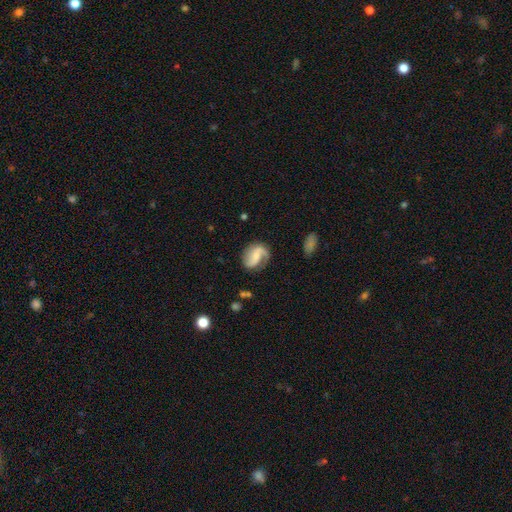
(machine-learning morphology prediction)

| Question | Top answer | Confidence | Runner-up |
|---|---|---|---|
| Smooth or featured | featured or disk | 77% | smooth (17%) |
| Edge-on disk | no | 98% | yes (2%) |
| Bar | no | 43% | weak (40%) |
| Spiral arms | yes | 95% | no (5%) |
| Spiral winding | loose | 43% | medium (41%) |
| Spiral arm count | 2 | 74% | 1 (19%) |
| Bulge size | small | 50% | moderate (29%) |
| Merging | none | 67% | minor disturbance (20%) |